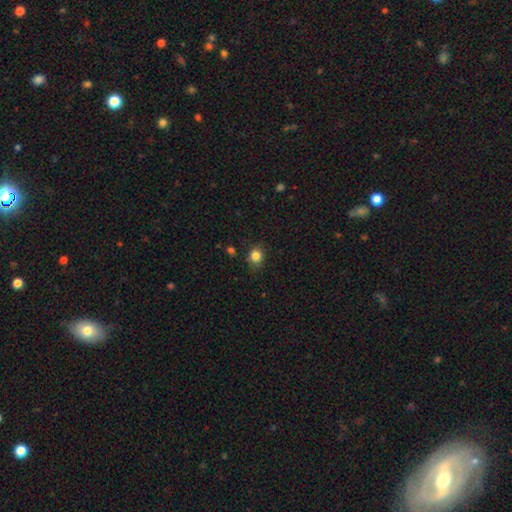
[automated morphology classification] Smooth or featured: smooth — 83% (star or artifact — 12%)
How rounded: round — 71% (in between — 28%)
Merging: none — 76% (minor disturbance — 18%)